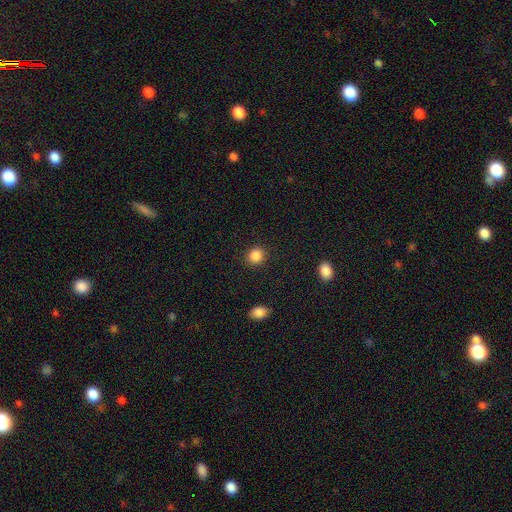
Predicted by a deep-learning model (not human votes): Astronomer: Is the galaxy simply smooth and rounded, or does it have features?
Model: smooth — 87%.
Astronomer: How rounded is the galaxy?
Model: round — 83%.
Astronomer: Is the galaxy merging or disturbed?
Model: none — 90%.